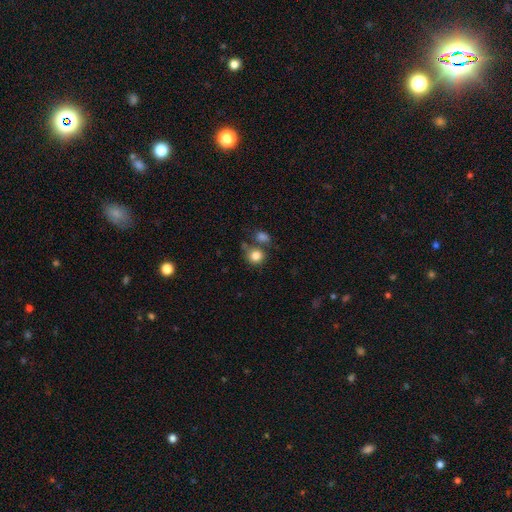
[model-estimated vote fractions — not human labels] Overall: smooth (83%). How rounded: round (83%). Merging: none (60%; merger 22%).